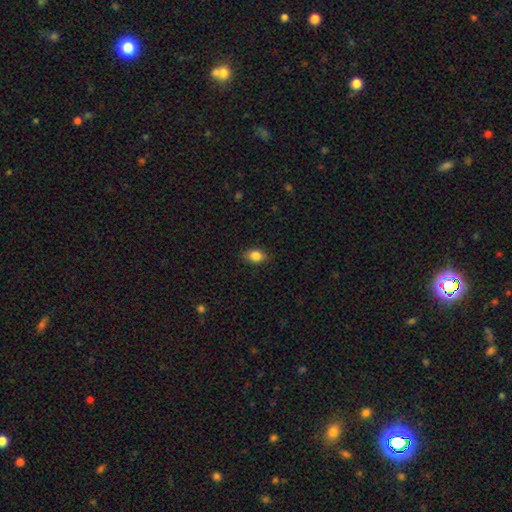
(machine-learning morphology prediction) Q: Smooth or featured?
A: smooth (86%); runner-up: star or artifact (9%)
Q: How rounded?
A: in between (79%); runner-up: round (19%)
Q: Merging?
A: none (85%); runner-up: minor disturbance (11%)